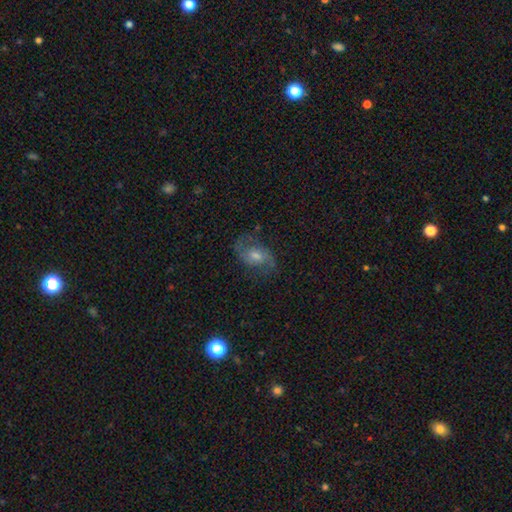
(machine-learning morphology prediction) Smooth or featured? Predicted: featured or disk (p=0.76). Edge-on disk? Predicted: no (p=0.97). Bar? Predicted: no (p=0.47). Spiral arms? Predicted: yes (p=0.93). Spiral winding? Predicted: medium (p=0.52). Spiral arm count? Predicted: 2 (p=0.89). Bulge size? Predicted: moderate (p=0.55). Merging? Predicted: none (p=0.75).